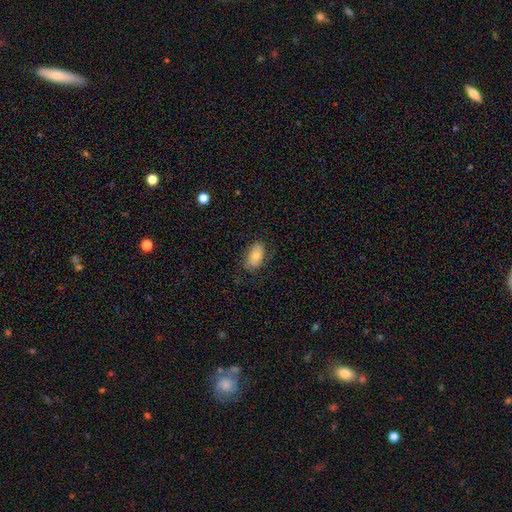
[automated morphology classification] Overall: smooth (73%). How rounded: in between (92%). Merging: none (71%).